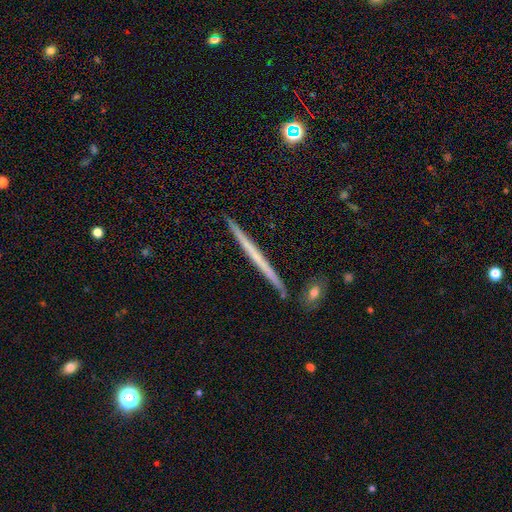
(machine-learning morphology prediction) smooth_or_featured: featured or disk (p=0.58) [alt: smooth p=0.36]
disk_edge_on: yes (p=0.98) [alt: no p=0.02]
edge_on_bulge: none (p=0.88) [alt: rounded p=0.09]
merging: none (p=0.92) [alt: minor disturbance p=0.05]